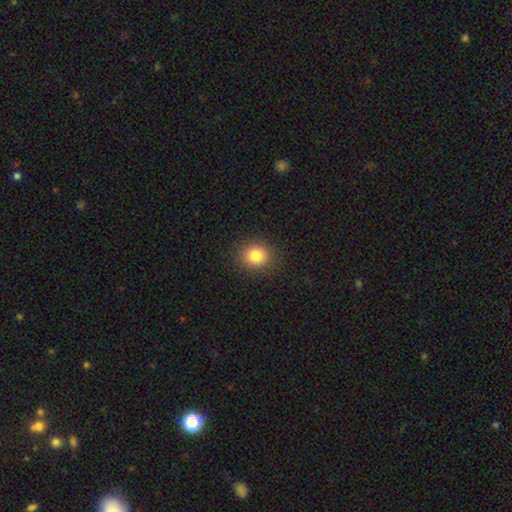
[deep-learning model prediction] Smooth or featured? smooth (83%)
How rounded? round (80%)
Merging? none (90%)